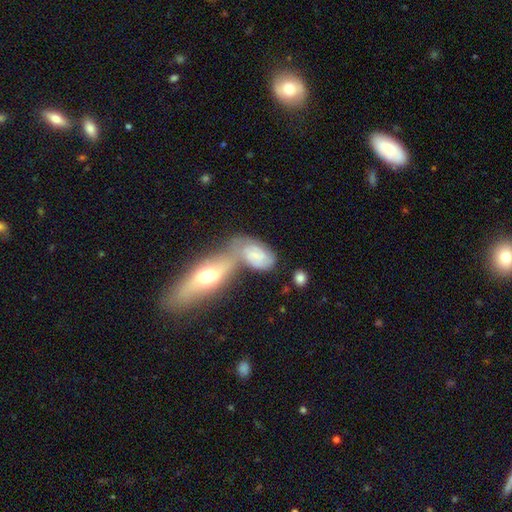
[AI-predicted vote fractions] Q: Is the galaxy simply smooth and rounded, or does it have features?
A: featured or disk — 59%.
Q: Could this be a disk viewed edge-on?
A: no — 92%.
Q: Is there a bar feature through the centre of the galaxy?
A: no — 62%.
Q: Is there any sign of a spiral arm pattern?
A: yes — 83%.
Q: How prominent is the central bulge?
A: small — 63%.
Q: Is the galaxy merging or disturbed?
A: merger — 50%.